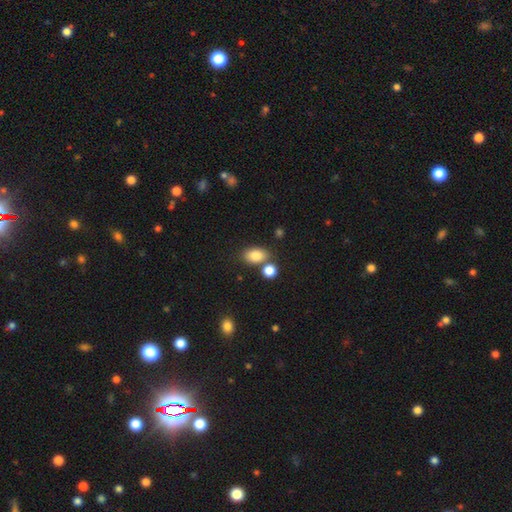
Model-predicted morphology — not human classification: type=smooth (84%); roundness=in between (81%); merging=none (66%).